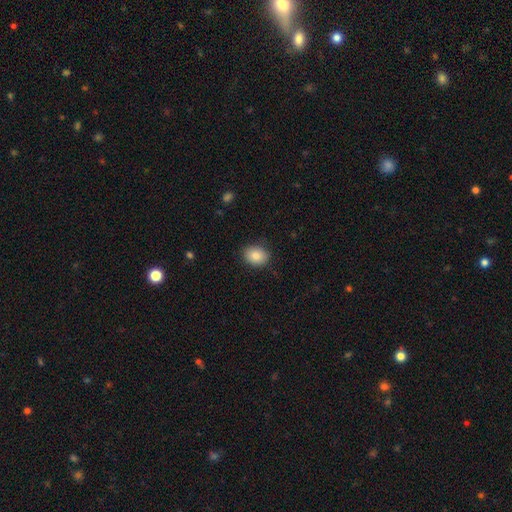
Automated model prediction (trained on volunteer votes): Smooth or featured?
  - smooth: 84% *
  - star or artifact: 8%
  - featured or disk: 7%
How rounded?
  - in between: 51% *
  - round: 48%
  - cigar-shaped: 1%
Merging?
  - none: 87% *
  - minor disturbance: 10%
  - major disturbance: 2%
  - merger: 1%